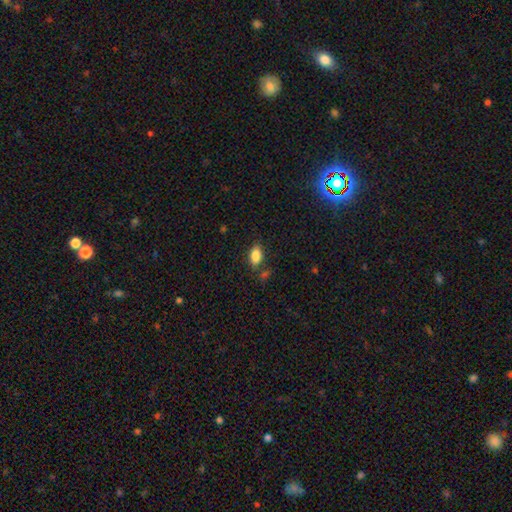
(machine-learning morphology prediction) Q: Smooth or featured?
A: smooth (85%); runner-up: star or artifact (9%)
Q: How rounded?
A: in between (90%); runner-up: round (6%)
Q: Merging?
A: none (76%); runner-up: minor disturbance (13%)